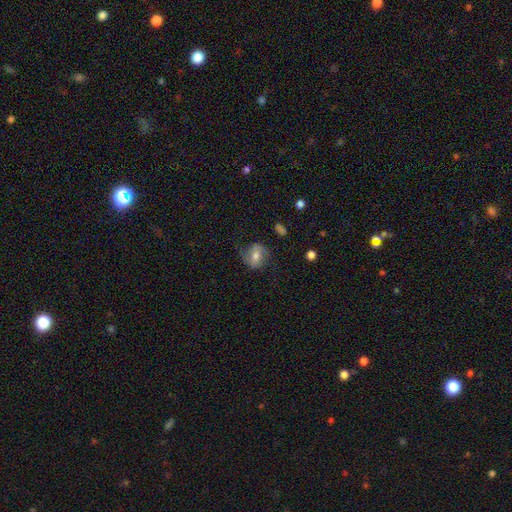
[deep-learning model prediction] Overall: smooth (50%; featured or disk 41%). How rounded: round (51%; in between 47%). Merging: none (66%).